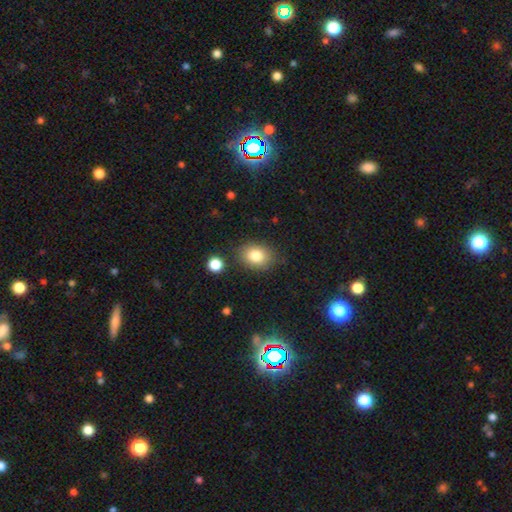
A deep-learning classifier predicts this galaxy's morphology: This is clearly a smooth galaxy (81%). How rounded: possibly in between (60%). Merging: clearly none (82%).